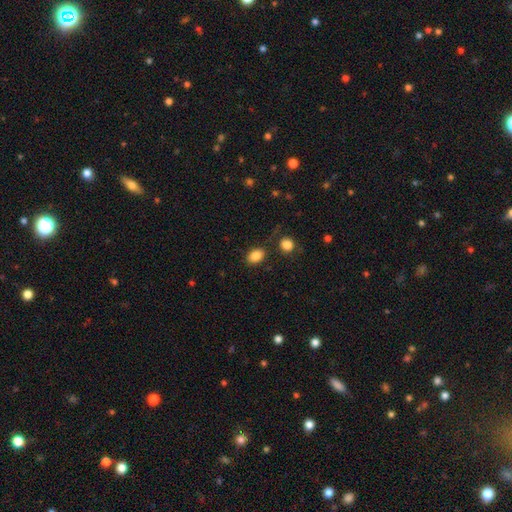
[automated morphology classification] Overall: smooth (86%). How rounded: in between (77%). Merging: none (80%).